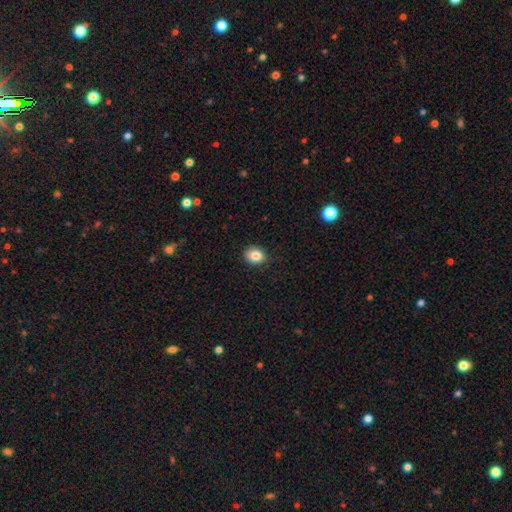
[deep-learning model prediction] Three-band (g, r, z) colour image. It shows a smooth galaxy with no disk features (84%) that is round (63%). Merging: none (84%).